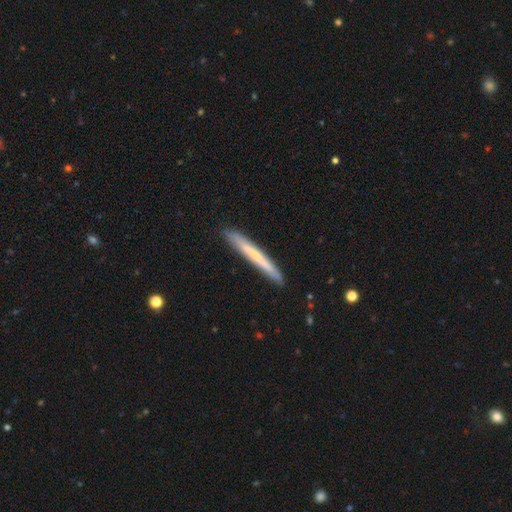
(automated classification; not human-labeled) A smooth galaxy with no disk features (59%) that is cigar-shaped (97%).

Vote fractions:
- Smooth or featured? smooth: 59% / featured or disk: 35% / star or artifact: 5%
- How rounded? cigar-shaped: 97% / in between: 2% / round: 1%
- Merging? none: 90% / minor disturbance: 8% / major disturbance: 1% / merger: 1%